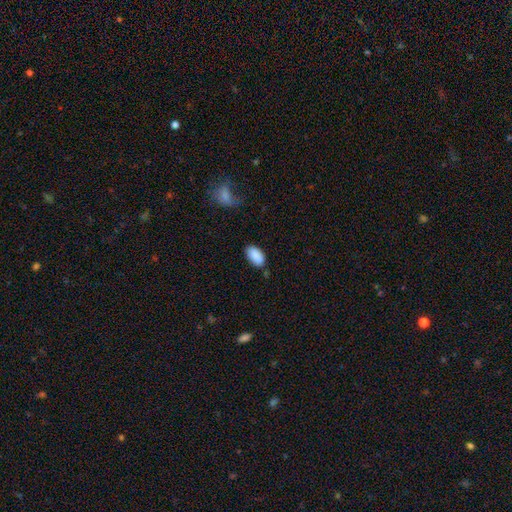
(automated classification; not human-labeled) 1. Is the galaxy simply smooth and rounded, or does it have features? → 89% smooth, 7% star or artifact, 4% featured or disk.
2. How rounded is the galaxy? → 95% in between, 4% round, 2% cigar-shaped.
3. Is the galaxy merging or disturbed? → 79% none, 16% minor disturbance, 3% major disturbance, 3% merger.